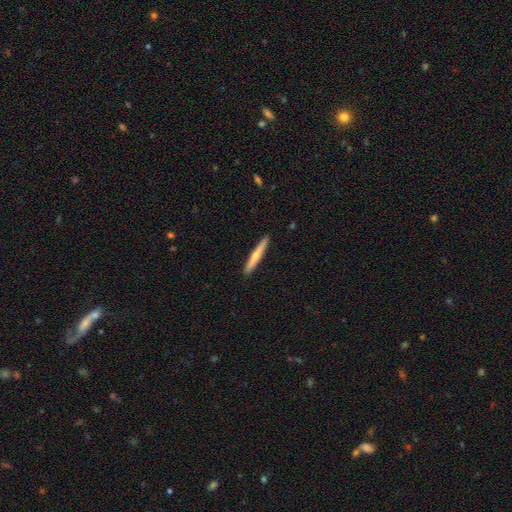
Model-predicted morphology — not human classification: Smooth or featured? Predicted: smooth (p=0.51). How rounded? Predicted: cigar-shaped (p=0.95). Merging? Predicted: none (p=0.92).